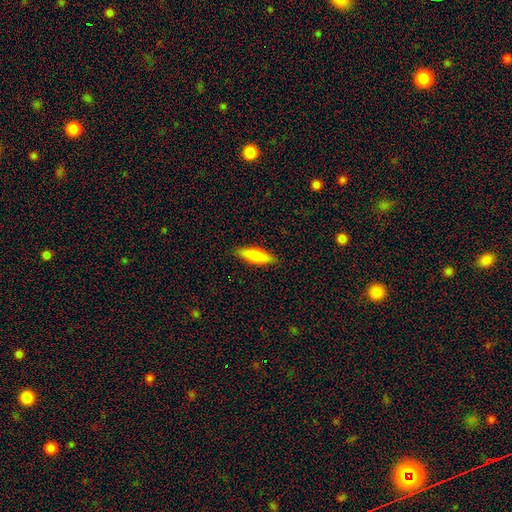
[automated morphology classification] smooth_or_featured: smooth (p=0.73) [alt: featured or disk p=0.21]
how_rounded: cigar-shaped (p=0.52) [alt: in between p=0.46]
merging: none (p=0.88) [alt: minor disturbance p=0.09]